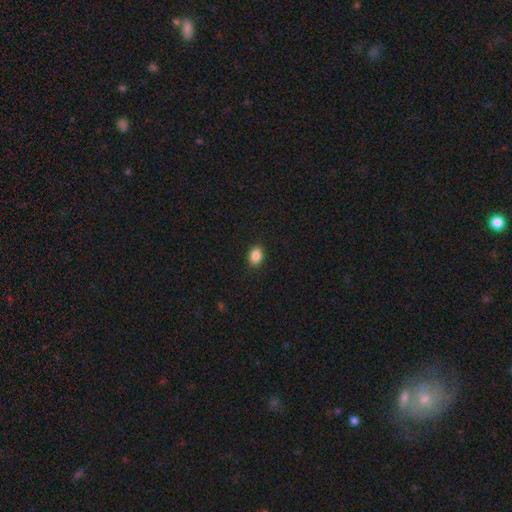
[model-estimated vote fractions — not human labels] Overall: smooth (87%). How rounded: in between (65%; round 34%). Merging: none (90%).